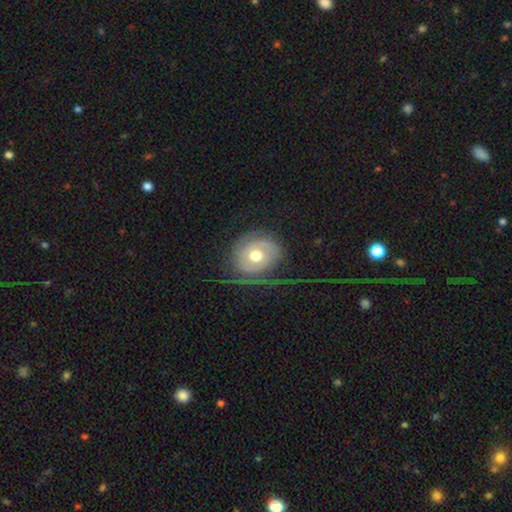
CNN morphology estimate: smooth_or_featured: featured or disk (p=0.71) [alt: smooth p=0.22]
disk_edge_on: no (p=0.96) [alt: yes p=0.04]
bar: no (p=0.82) [alt: weak p=0.14]
has_spiral_arms: yes (p=0.75) [alt: no p=0.25]
spiral_winding: tight (p=0.53) [alt: medium p=0.26]
spiral_arm_count: 2 (p=0.35) [alt: 1 p=0.31]
bulge_size: moderate (p=0.74) [alt: large p=0.15]
merging: none (p=0.55) [alt: major disturbance p=0.25]